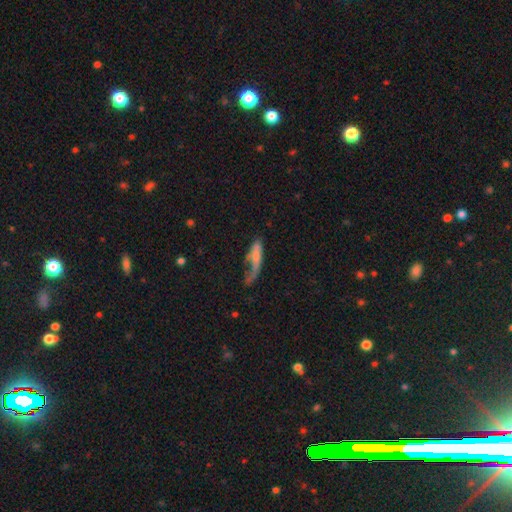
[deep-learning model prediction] smooth-or-featured: smooth: 57% | featured or disk: 35% | star or artifact: 8%
  how-rounded: cigar-shaped: 57% | in between: 40% | round: 3%
  merging: major disturbance: 46% | none: 26% | minor disturbance: 21% | merger: 8%